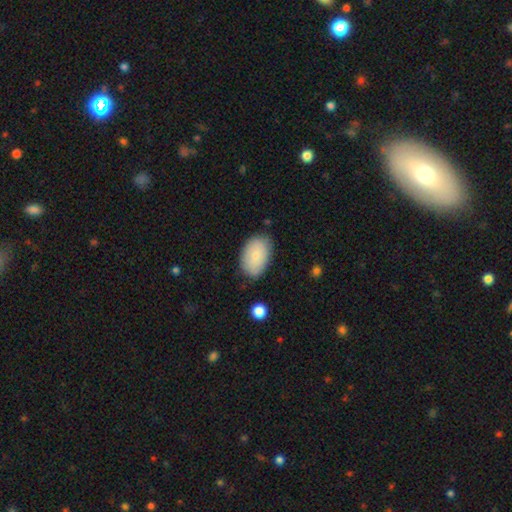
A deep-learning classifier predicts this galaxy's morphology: Smooth or featured?
  - smooth: 78% *
  - featured or disk: 16%
  - star or artifact: 6%
How rounded?
  - in between: 91% *
  - round: 7%
  - cigar-shaped: 1%
Merging?
  - none: 78% *
  - minor disturbance: 17%
  - major disturbance: 3%
  - merger: 2%